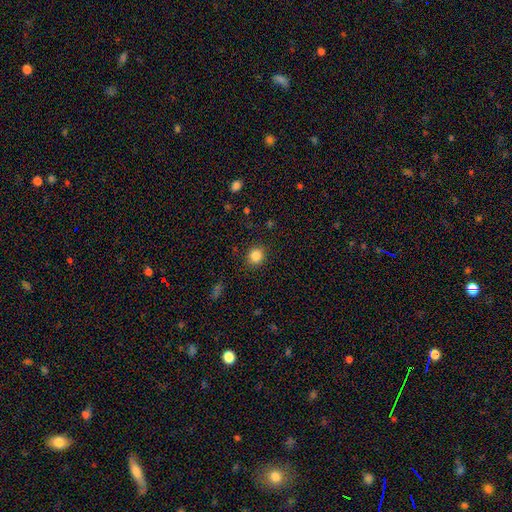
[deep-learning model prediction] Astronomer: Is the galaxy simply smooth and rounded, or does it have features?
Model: smooth — 85%.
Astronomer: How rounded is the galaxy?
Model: round — 87%.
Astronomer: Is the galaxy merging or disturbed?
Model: none — 89%.